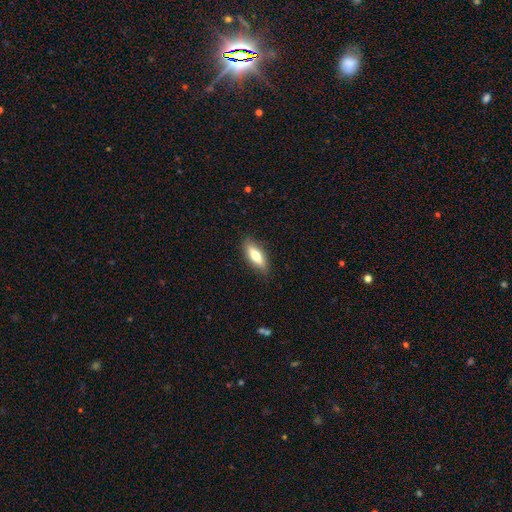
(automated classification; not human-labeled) This appears to be a smooth galaxy with no disk features (63%) that is in between round and cigar-shaped (55%). Merging: none (86%).